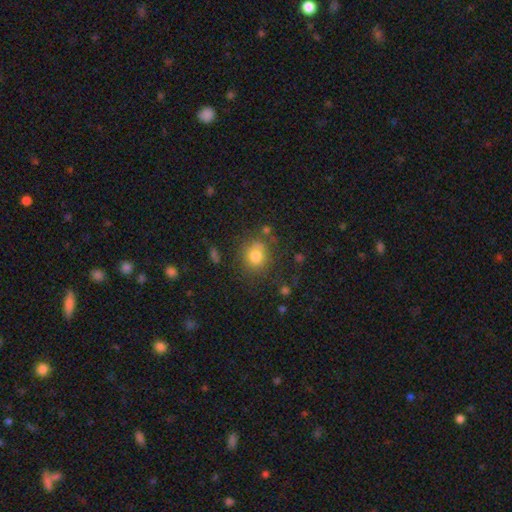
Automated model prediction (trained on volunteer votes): Q: Smooth or featured?
A: smooth (78%); runner-up: star or artifact (11%)
Q: How rounded?
A: round (80%); runner-up: in between (19%)
Q: Merging?
A: none (70%); runner-up: minor disturbance (17%)